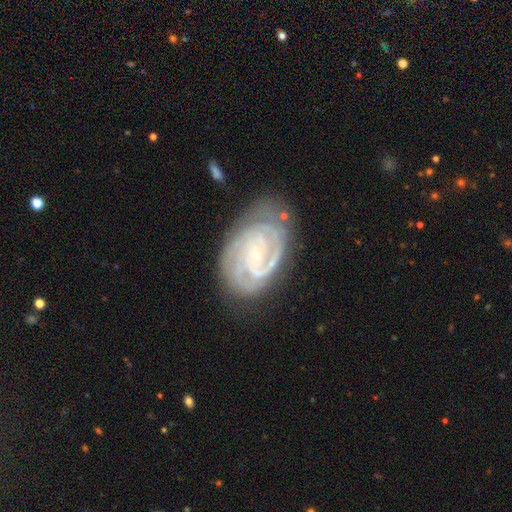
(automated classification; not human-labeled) Overall: featured or disk (90%). Edge-on disk: no (97%). Bar: no (61%; weak 28%). Spiral arms: yes (98%). Spiral arm count: 2 (31%; 3 29%). Spiral winding: tight (73%). Bulge size: small (83%). Merging: none (70%).